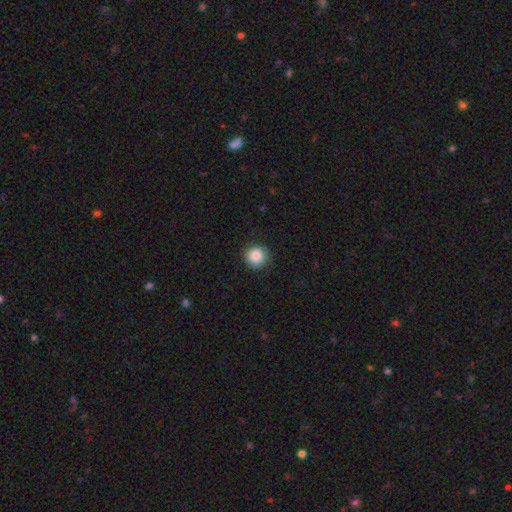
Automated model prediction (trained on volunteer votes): Morphology: type=smooth (87%); roundness=round (94%); merging=none (87%).